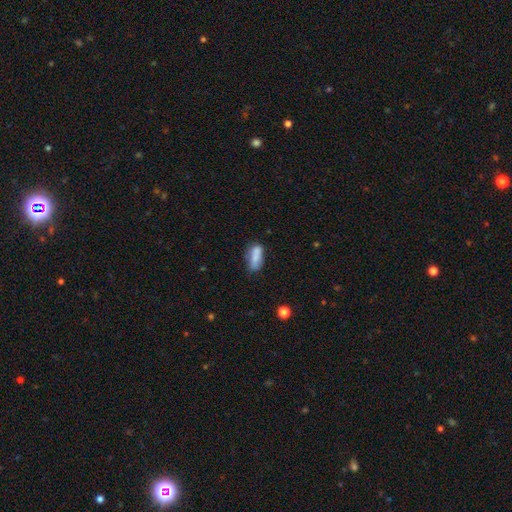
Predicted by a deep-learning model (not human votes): smooth-or-featured: smooth: 80% | featured or disk: 13% | star or artifact: 8%
  how-rounded: in between: 74% | cigar-shaped: 23% | round: 3%
  merging: none: 57% | minor disturbance: 27% | major disturbance: 8% | merger: 7%